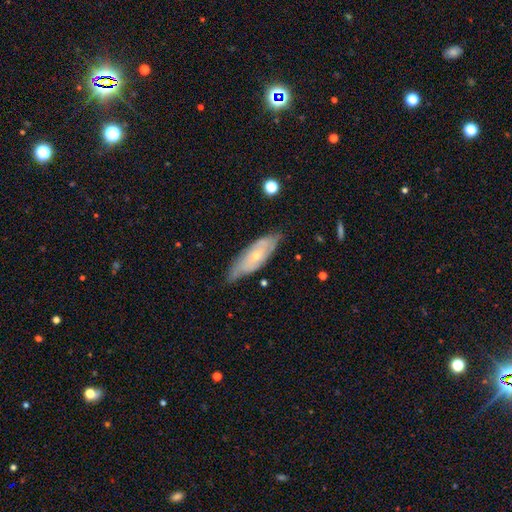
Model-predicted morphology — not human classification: This is possibly a featured or disk galaxy (58%). It is likely not viewed edge-on (74%). Merging: likely none (69%).